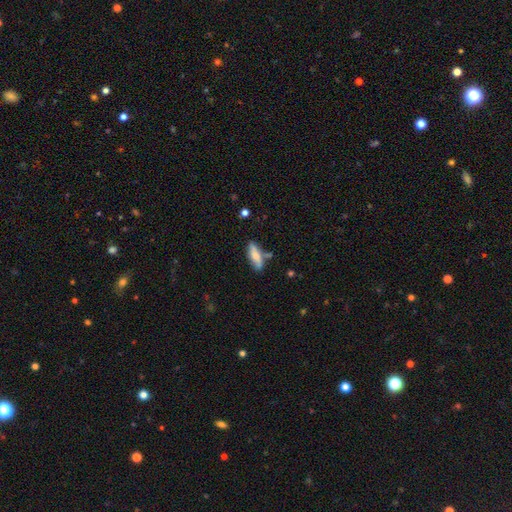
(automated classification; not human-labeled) Smooth or featured? smooth (63%)
How rounded? cigar-shaped (50%)
Merging? none (65%)